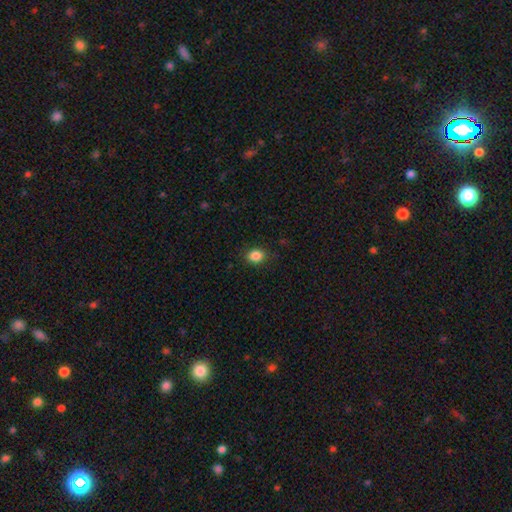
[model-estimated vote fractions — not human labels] Smooth or featured?
  - smooth: 86% *
  - star or artifact: 11%
  - featured or disk: 4%
How rounded?
  - round: 55% *
  - in between: 44%
  - cigar-shaped: 1%
Merging?
  - none: 87% *
  - minor disturbance: 9%
  - major disturbance: 3%
  - merger: 1%